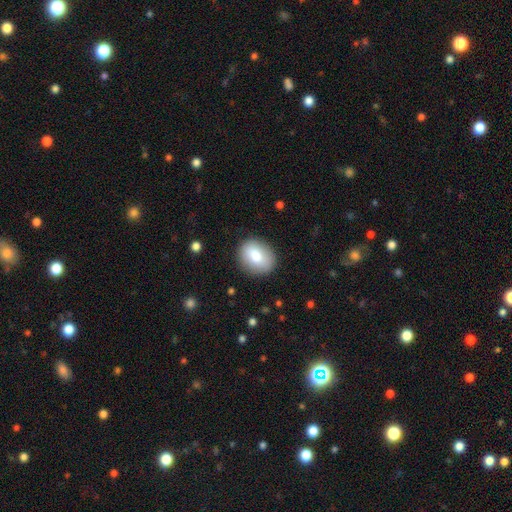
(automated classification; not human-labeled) smooth-or-featured: smooth: 80% | featured or disk: 12% | star or artifact: 8%
  how-rounded: round: 50% | in between: 49% | cigar-shaped: 1%
  merging: none: 86% | minor disturbance: 10% | major disturbance: 3% | merger: 1%